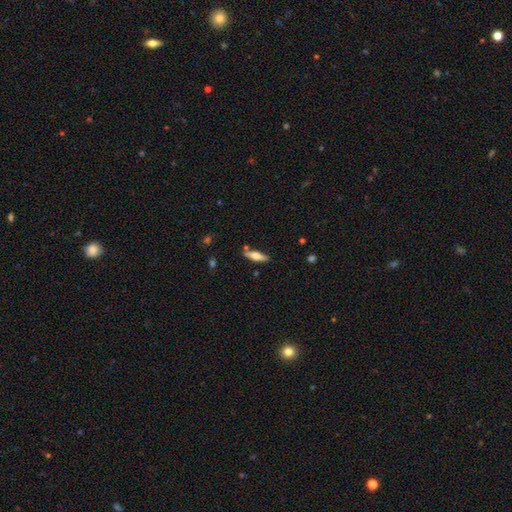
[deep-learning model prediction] Smooth or featured? Predicted: smooth (p=0.52). How rounded? Predicted: cigar-shaped (p=0.56). Merging? Predicted: none (p=0.78).